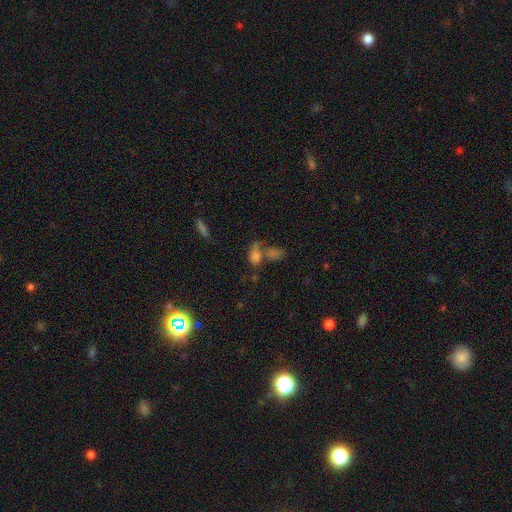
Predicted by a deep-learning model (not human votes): Q: Smooth or featured?
A: smooth (72%); runner-up: star or artifact (14%)
Q: How rounded?
A: in between (79%); runner-up: round (16%)
Q: Merging?
A: merger (52%); runner-up: none (26%)